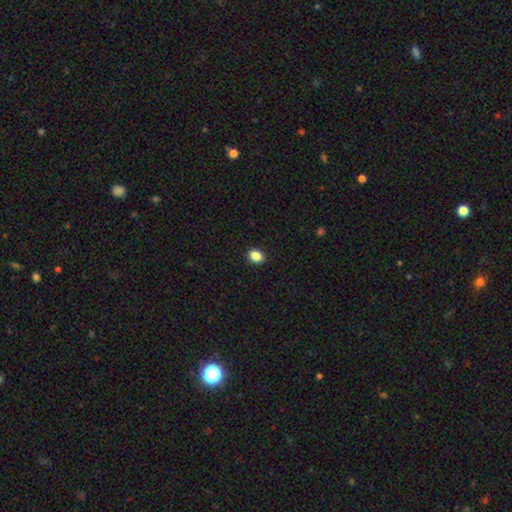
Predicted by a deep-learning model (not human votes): smooth 87%, star or artifact 10%, featured or disk 4%. Down the decision tree: how rounded — in between (58%); merging — none (91%).